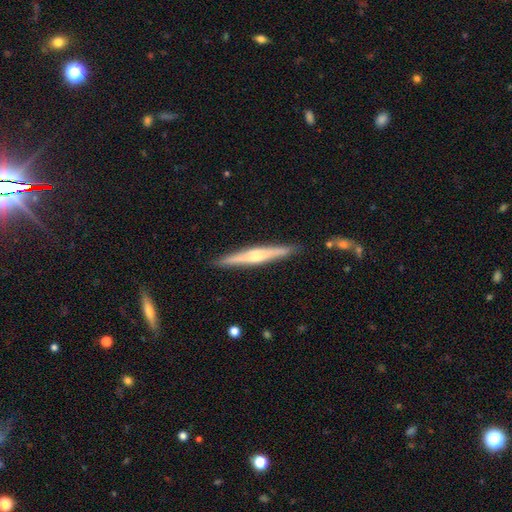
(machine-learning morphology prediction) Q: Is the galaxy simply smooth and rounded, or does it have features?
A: featured or disk — 65%.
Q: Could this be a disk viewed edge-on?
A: yes — 97%.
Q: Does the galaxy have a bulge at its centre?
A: rounded — 76%.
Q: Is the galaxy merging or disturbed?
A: none — 90%.